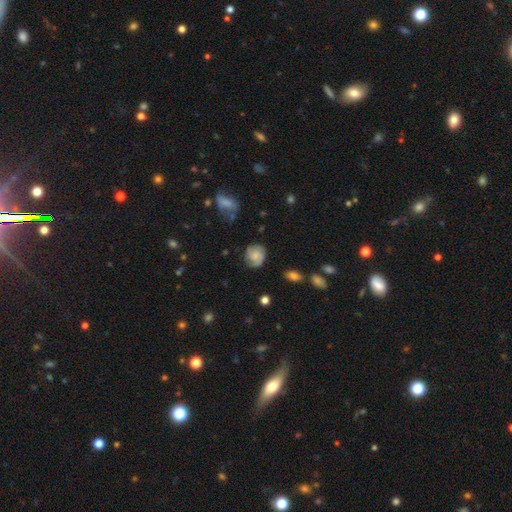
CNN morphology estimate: smooth_or_featured: smooth (p=0.54) [alt: featured or disk p=0.37]
how_rounded: round (p=0.73) [alt: in between p=0.26]
merging: none (p=0.73) [alt: minor disturbance p=0.19]